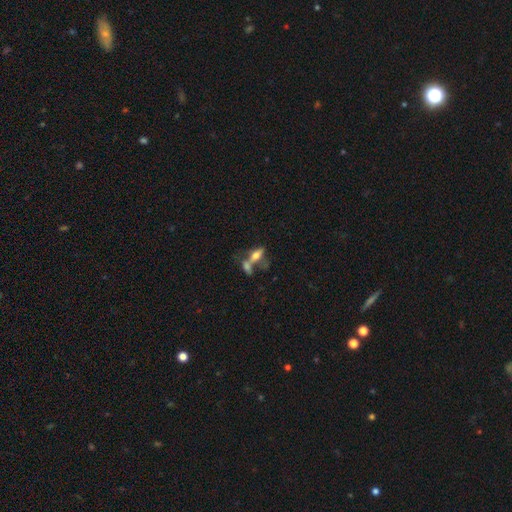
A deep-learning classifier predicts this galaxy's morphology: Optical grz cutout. It shows a smooth galaxy with no disk features (51%) that is in between round and cigar-shaped (68%). Merging: merger (46%).